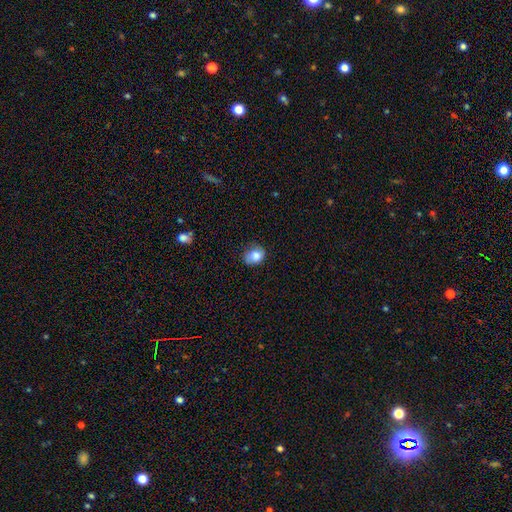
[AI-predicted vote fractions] Smooth or featured: smooth — 81% (featured or disk — 10%)
How rounded: round — 54% (in between — 46%)
Merging: none — 61% (minor disturbance — 30%)